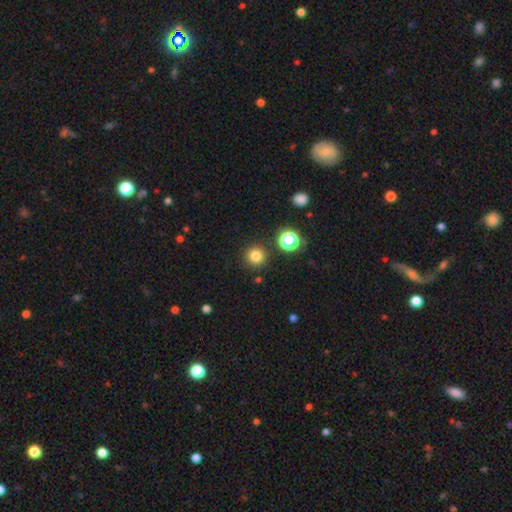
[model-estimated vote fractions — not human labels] Smooth or featured? Predicted: smooth (p=0.79). How rounded? Predicted: round (p=0.95). Merging? Predicted: none (p=0.89).